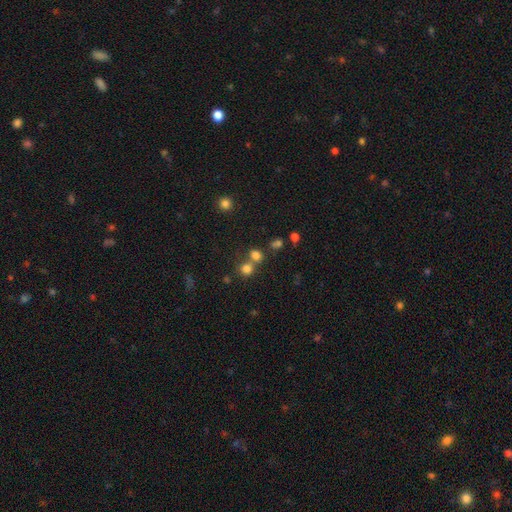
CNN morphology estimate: The model was most divided on "merging": none: 53%, merger: 36%, minor disturbance: 7%, major disturbance: 4%. More confident: smooth or featured — smooth (74%); how rounded — round (74%).